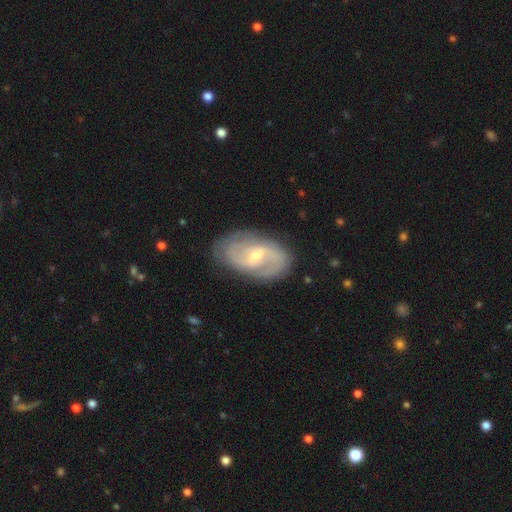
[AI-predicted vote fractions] A featured or disk galaxy (83%) with a weak bar (57%), 2 (74%) medium (46%) spiral arms (94%) and a small central bulge (55%).

Vote fractions:
- Smooth or featured? featured or disk: 83% / smooth: 11% / star or artifact: 5%
- Edge-on disk? no: 96% / yes: 4%
- Bar? weak: 57% / strong: 22% / no: 21%
- Spiral arms? yes: 94% / no: 6%
- Spiral winding? medium: 46% / tight: 34% / loose: 20%
- Spiral arm count? 2: 74% / can't tell: 13% / 3: 6% / 1: 3% / 4: 2% / more than 4: 2%
- Bulge size? small: 55% / moderate: 41% / large: 2% / none: 1% / dominant: 1%
- Merging? none: 77% / minor disturbance: 16% / major disturbance: 5% / merger: 1%